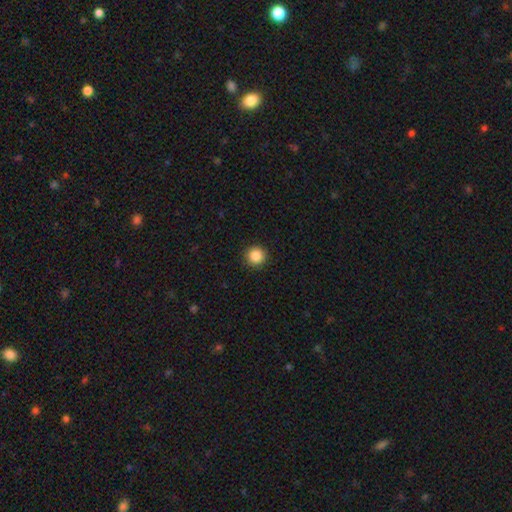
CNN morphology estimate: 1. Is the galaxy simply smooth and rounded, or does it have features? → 87% smooth, 10% star or artifact, 4% featured or disk.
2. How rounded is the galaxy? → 95% round, 4% in between, 1% cigar-shaped.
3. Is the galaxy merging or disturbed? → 93% none, 5% minor disturbance, 2% major disturbance, 1% merger.